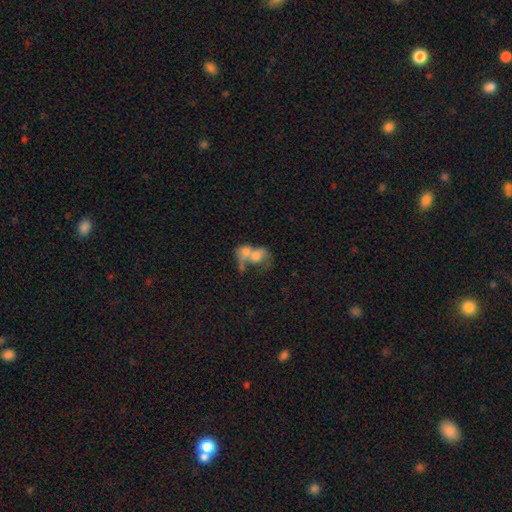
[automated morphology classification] smooth 54%, featured or disk 36%, star or artifact 10%. Down the decision tree: how rounded — in between (63%); merging — merger (74%).